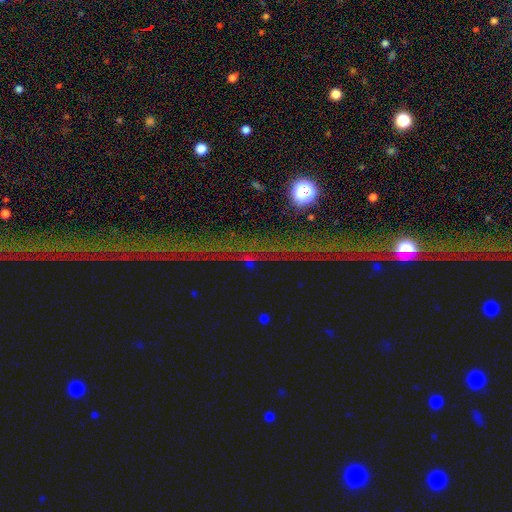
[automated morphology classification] Q: Smooth or featured?
A: star or artifact (80%); runner-up: featured or disk (11%)